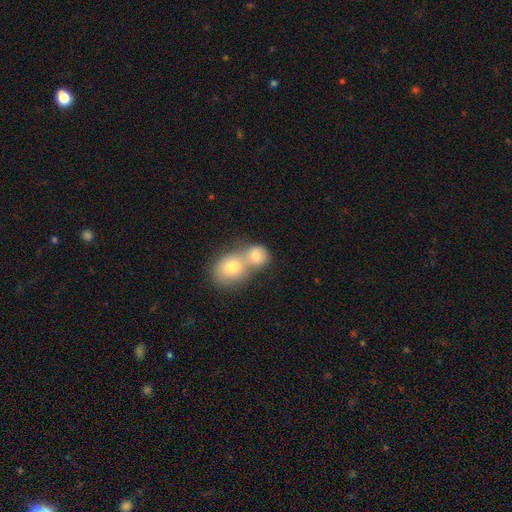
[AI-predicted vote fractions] A smooth galaxy with no disk features (77%) that is round (65%).

Vote fractions:
- Smooth or featured? smooth: 77% / featured or disk: 14% / star or artifact: 9%
- How rounded? round: 65% / in between: 34% / cigar-shaped: 1%
- Merging? merger: 70% / none: 22% / minor disturbance: 5% / major disturbance: 3%